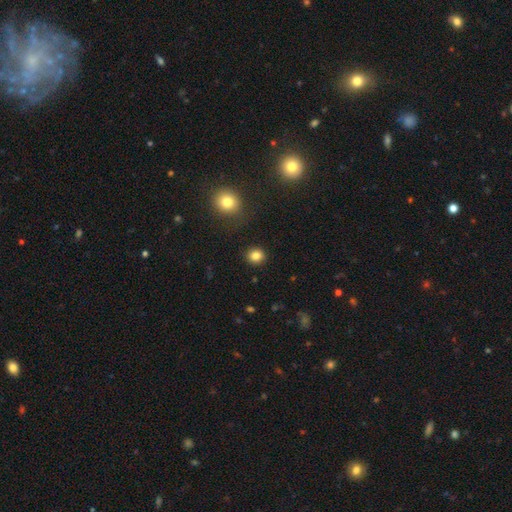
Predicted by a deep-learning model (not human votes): A smooth galaxy with no disk features (84%) that is round (82%). Merging: none (89%).